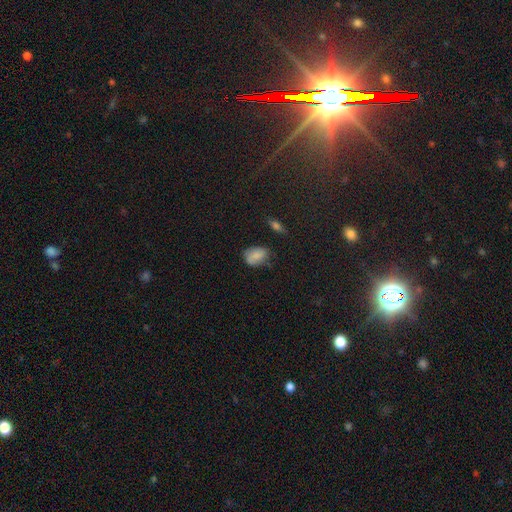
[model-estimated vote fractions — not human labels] The model was most divided on "merging": none: 58%, minor disturbance: 32%, major disturbance: 7%, merger: 3%. More confident: smooth or featured — smooth (79%); how rounded — in between (78%).